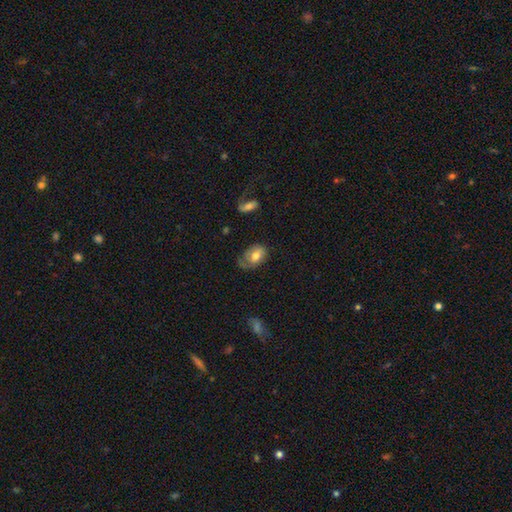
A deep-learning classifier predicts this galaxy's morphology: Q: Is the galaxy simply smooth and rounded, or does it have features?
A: smooth — 59%.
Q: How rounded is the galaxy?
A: in between — 83%.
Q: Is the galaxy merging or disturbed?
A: none — 47%.